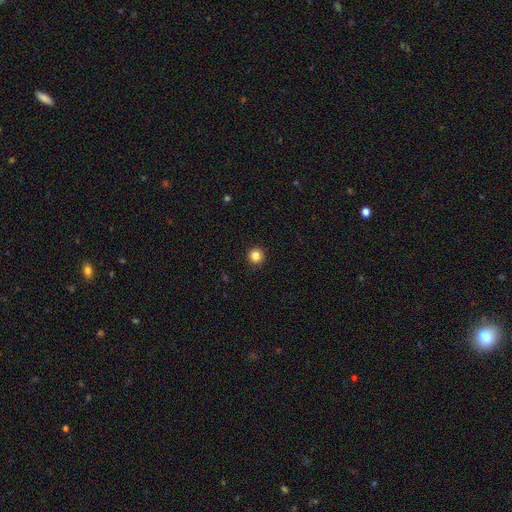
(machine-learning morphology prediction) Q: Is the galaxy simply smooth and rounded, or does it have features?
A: smooth — 85%.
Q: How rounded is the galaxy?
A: round — 96%.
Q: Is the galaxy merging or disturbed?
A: none — 93%.